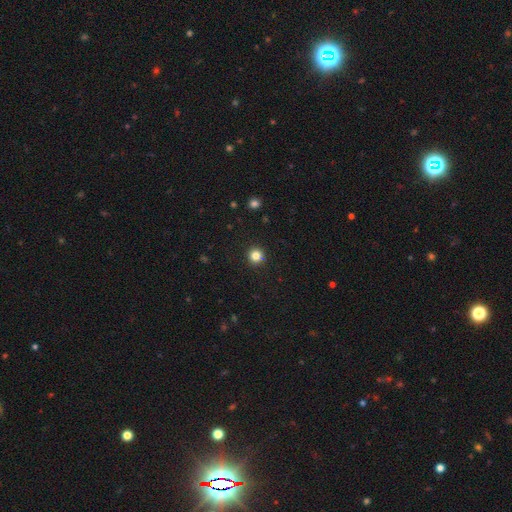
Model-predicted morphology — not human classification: A smooth galaxy with no disk features (83%) that is round (94%).

Vote fractions:
- Smooth or featured? smooth: 83% / star or artifact: 12% / featured or disk: 5%
- How rounded? round: 94% / in between: 5% / cigar-shaped: 1%
- Merging? none: 93% / minor disturbance: 5% / major disturbance: 2% / merger: 1%